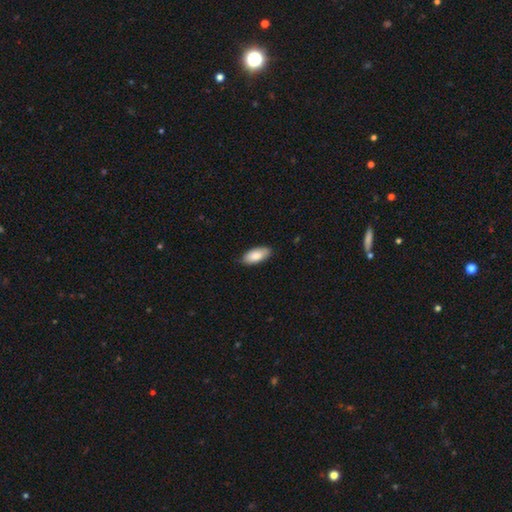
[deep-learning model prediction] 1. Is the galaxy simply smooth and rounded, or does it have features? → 85% smooth, 10% featured or disk, 6% star or artifact.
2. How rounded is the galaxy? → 91% in between, 7% cigar-shaped, 2% round.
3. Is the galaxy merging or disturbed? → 84% none, 13% minor disturbance, 2% major disturbance, 1% merger.